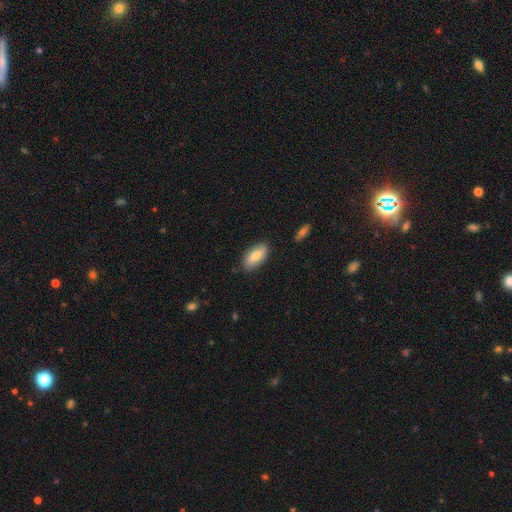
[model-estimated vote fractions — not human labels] Smooth or featured: smooth — 75% (featured or disk — 19%)
How rounded: in between — 90% (cigar-shaped — 8%)
Merging: none — 84% (minor disturbance — 12%)